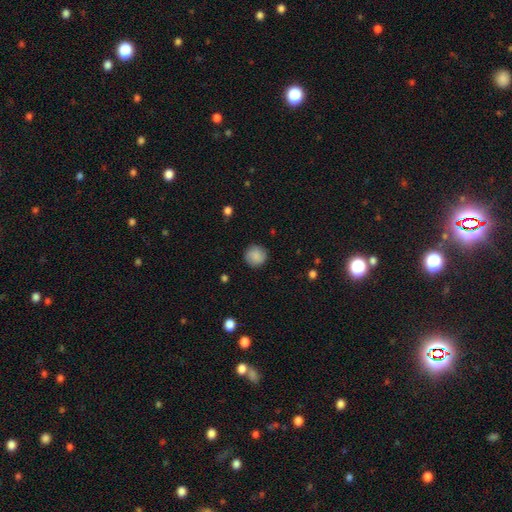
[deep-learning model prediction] This appears to be a smooth galaxy with no disk features (86%) that is round (93%). Merging: none (87%).